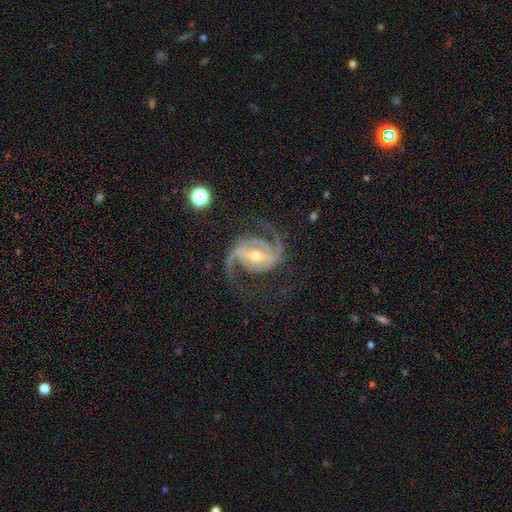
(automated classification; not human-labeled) Morphology: type=featured or disk (92%); edge-on=no (98%); bar=strong (47%); spiral arms=yes (98%); winding=medium (57%); arm count=2 (84%); bulge=moderate (51%); merging=none (73%).